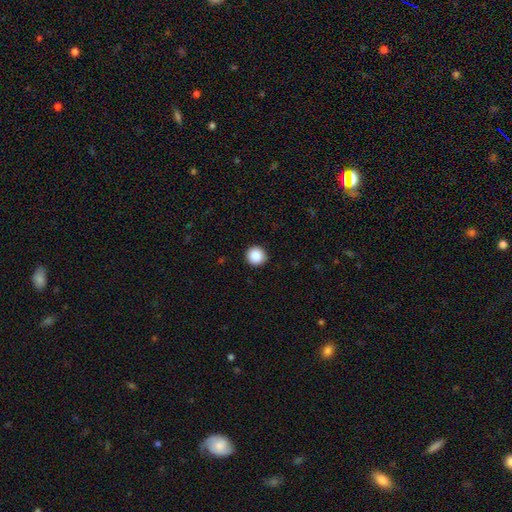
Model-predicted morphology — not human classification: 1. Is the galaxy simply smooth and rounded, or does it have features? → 88% smooth, 9% star or artifact, 4% featured or disk.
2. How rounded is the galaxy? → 95% round, 4% in between, 1% cigar-shaped.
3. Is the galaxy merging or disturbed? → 92% none, 5% minor disturbance, 2% major disturbance, 1% merger.